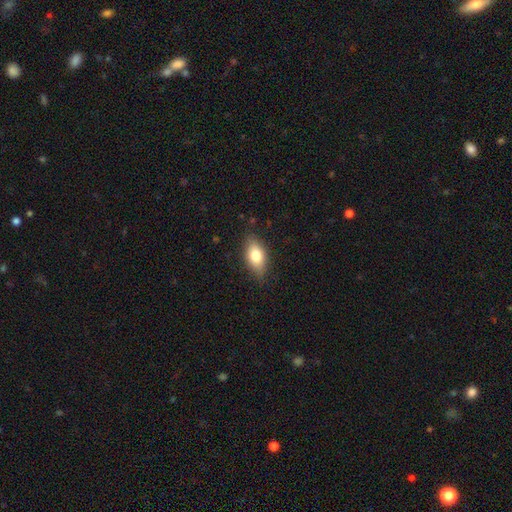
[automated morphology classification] Smooth or featured?
  - smooth: 77% *
  - featured or disk: 16%
  - star or artifact: 7%
How rounded?
  - in between: 87% *
  - cigar-shaped: 7%
  - round: 6%
Merging?
  - none: 81% *
  - minor disturbance: 15%
  - major disturbance: 3%
  - merger: 1%